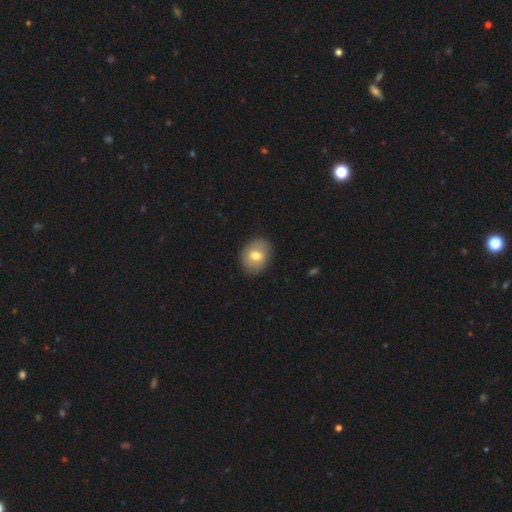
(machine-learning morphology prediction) Smooth or featured: smooth — 73% (featured or disk — 19%)
How rounded: round — 51% (in between — 48%)
Merging: none — 85% (minor disturbance — 11%)